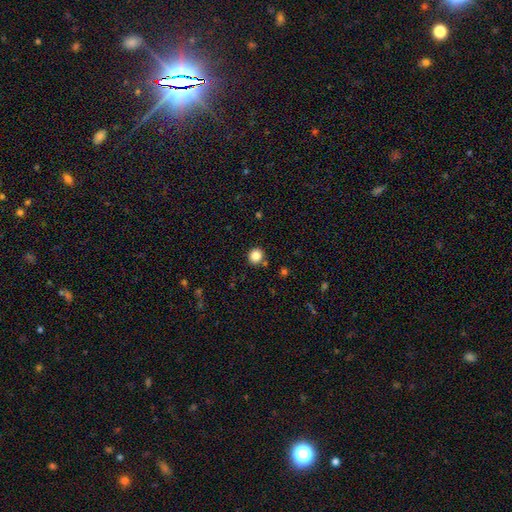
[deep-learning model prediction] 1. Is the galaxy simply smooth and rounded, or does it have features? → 84% smooth, 12% star or artifact, 5% featured or disk.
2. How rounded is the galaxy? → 91% round, 8% in between, 1% cigar-shaped.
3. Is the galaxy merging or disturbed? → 87% none, 7% minor disturbance, 4% merger, 2% major disturbance.